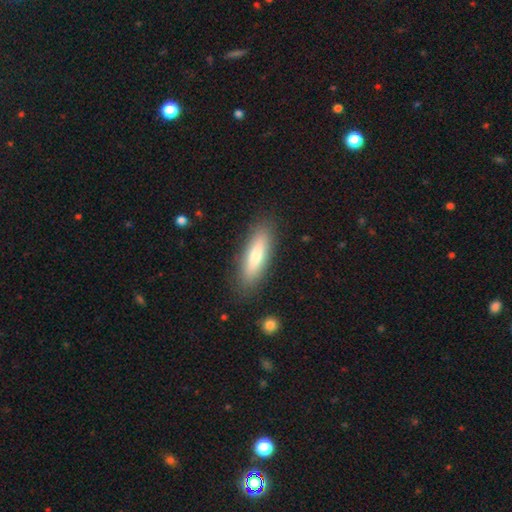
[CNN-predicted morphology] Overall: smooth (74%). How rounded: cigar-shaped (58%; in between 41%). Merging: none (86%).